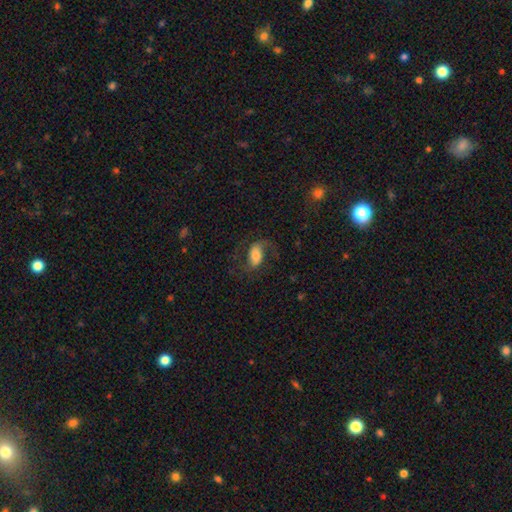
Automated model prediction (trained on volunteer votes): Smooth or featured: featured or disk — 54% (smooth — 37%)
Edge-on disk: no — 95% (yes — 5%)
Bar: weak — 37% (no — 36%)
Spiral arms: yes — 89% (no — 11%)
Bulge size: moderate — 40% (large — 26%)
Merging: none — 64% (major disturbance — 18%)